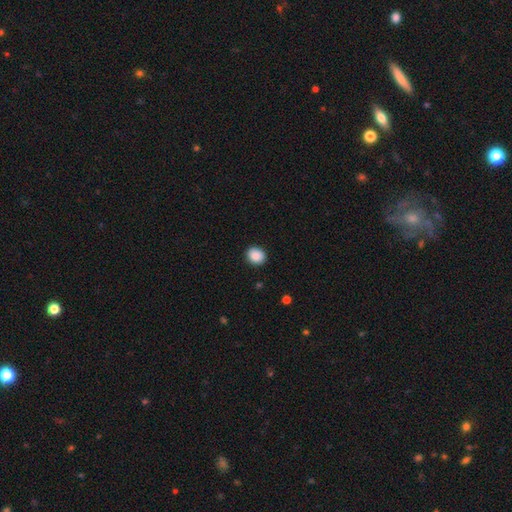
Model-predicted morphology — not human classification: A smooth galaxy with no disk features (89%) that is round (67%).

Vote fractions:
- Smooth or featured? smooth: 89% / star or artifact: 8% / featured or disk: 3%
- How rounded? round: 67% / in between: 32% / cigar-shaped: 1%
- Merging? none: 90% / minor disturbance: 7% / major disturbance: 2% / merger: 1%